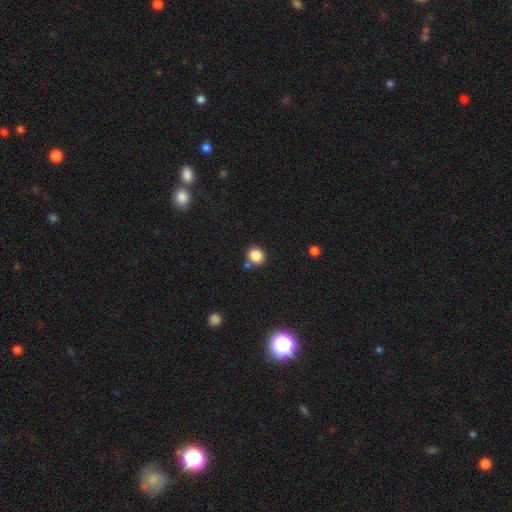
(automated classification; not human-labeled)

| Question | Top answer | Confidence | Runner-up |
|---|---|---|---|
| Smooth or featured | smooth | 85% | star or artifact (10%) |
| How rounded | round | 78% | in between (21%) |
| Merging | none | 74% | merger (13%) |